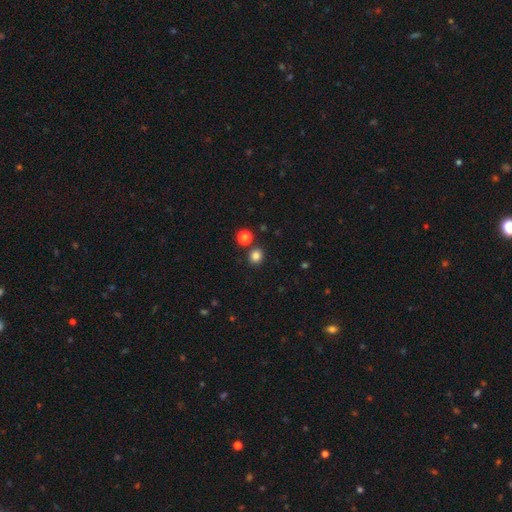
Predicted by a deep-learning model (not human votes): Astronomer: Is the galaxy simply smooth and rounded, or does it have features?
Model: smooth — 83%.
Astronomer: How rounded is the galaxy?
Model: round — 79%.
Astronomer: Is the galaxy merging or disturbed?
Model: none — 83%.